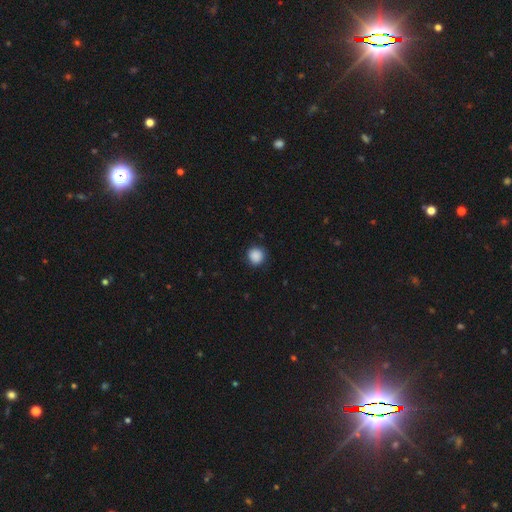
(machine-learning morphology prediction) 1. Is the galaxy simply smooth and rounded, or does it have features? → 88% smooth, 9% star or artifact, 3% featured or disk.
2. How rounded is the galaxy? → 92% round, 7% in between, 1% cigar-shaped.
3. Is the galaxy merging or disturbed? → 87% none, 9% minor disturbance, 2% major disturbance, 1% merger.